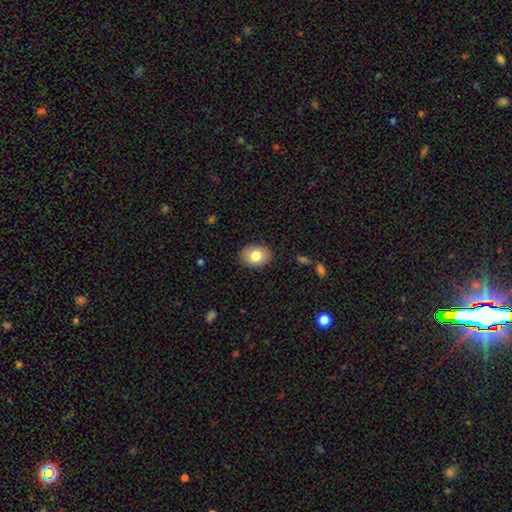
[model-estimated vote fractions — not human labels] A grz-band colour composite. It shows a smooth galaxy with no disk features (81%) that is in between round and cigar-shaped (62%). Merging: none (89%).